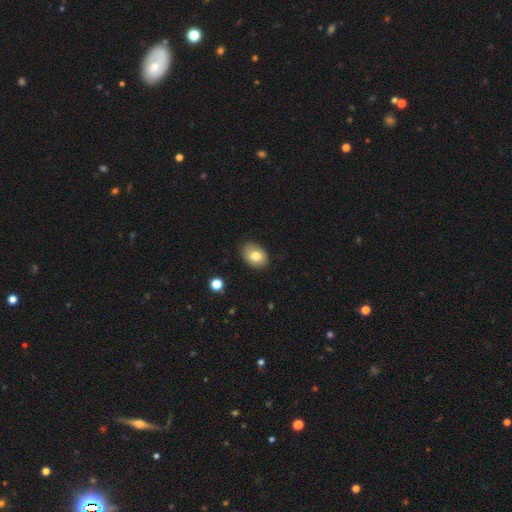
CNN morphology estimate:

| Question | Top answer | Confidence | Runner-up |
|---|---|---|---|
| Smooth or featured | smooth | 78% | featured or disk (13%) |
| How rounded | in between | 75% | round (24%) |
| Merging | none | 84% | minor disturbance (12%) |